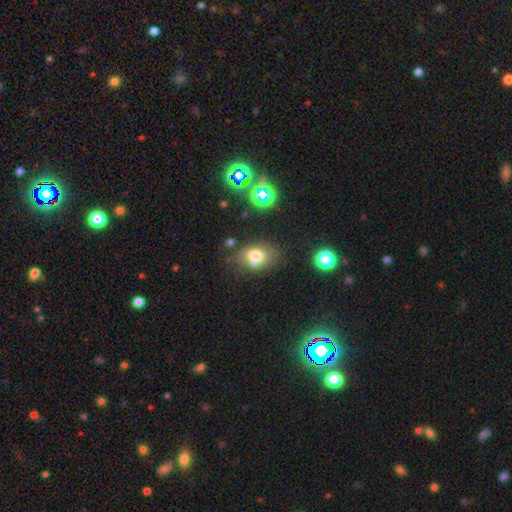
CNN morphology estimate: A smooth galaxy with no disk features (66%) that is in between round and cigar-shaped (69%). Merging: none (47%).